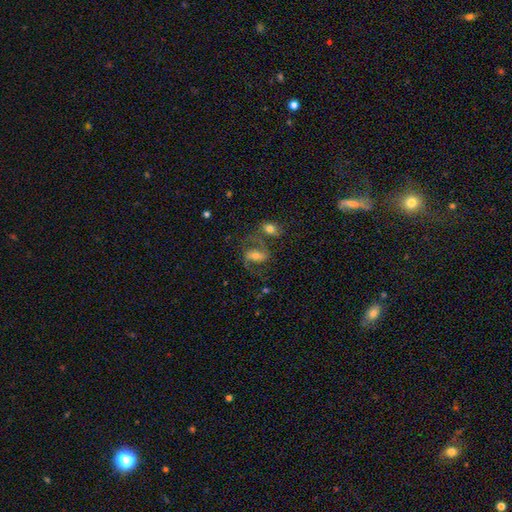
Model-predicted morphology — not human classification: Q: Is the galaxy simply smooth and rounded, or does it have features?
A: featured or disk — 71%.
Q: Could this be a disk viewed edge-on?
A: no — 96%.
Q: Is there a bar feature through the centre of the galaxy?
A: strong — 40%.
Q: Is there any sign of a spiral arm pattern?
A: yes — 89%.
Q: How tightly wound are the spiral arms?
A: medium — 50%.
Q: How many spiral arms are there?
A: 2 — 90%.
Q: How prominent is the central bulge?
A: moderate — 61%.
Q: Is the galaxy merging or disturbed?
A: none — 55%.